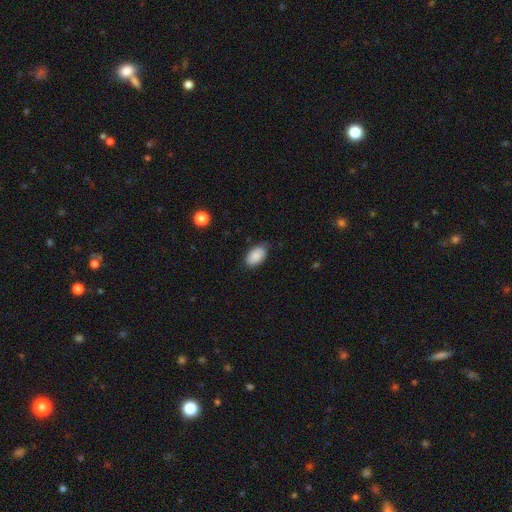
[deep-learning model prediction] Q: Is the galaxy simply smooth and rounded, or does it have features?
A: smooth — 86%.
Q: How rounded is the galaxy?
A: in between — 93%.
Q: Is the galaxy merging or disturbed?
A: none — 76%.